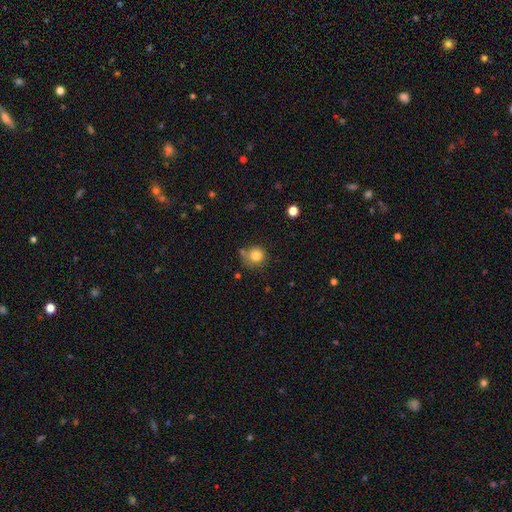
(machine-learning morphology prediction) A smooth galaxy with no disk features (81%) that is round (88%).

Vote fractions:
- Smooth or featured? smooth: 81% / star or artifact: 11% / featured or disk: 9%
- How rounded? round: 88% / in between: 11% / cigar-shaped: 1%
- Merging? none: 63% / minor disturbance: 21% / merger: 9% / major disturbance: 7%